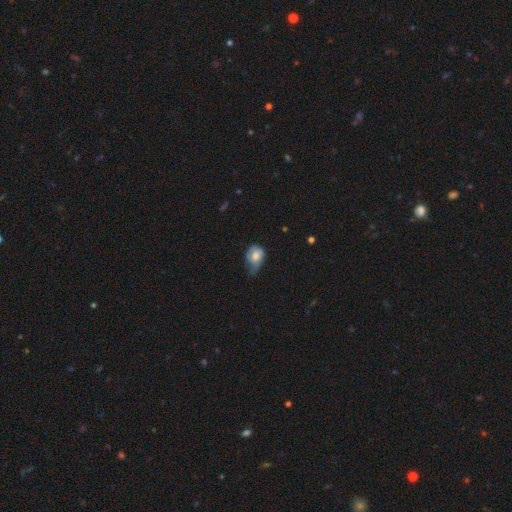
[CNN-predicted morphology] This appears to be a smooth galaxy with no disk features (68%) that is in between round and cigar-shaped (62%). Merging: minor disturbance (46%).